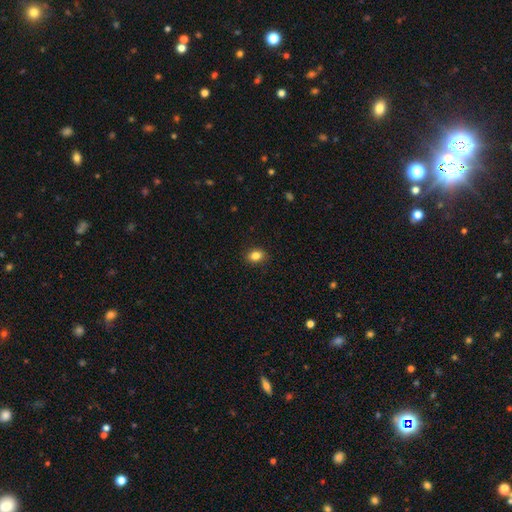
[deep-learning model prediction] Smooth or featured? Predicted: smooth (p=0.84). How rounded? Predicted: in between (p=0.68). Merging? Predicted: none (p=0.88).